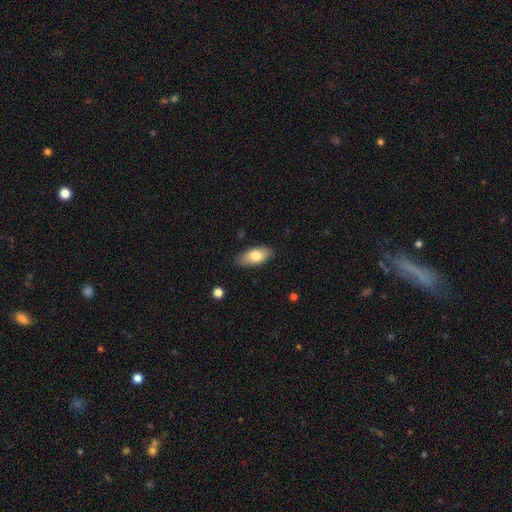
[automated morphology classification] smooth_or_featured: smooth (p=0.78) [alt: featured or disk p=0.16]
how_rounded: in between (p=0.89) [alt: cigar-shaped p=0.08]
merging: none (p=0.84) [alt: minor disturbance p=0.12]